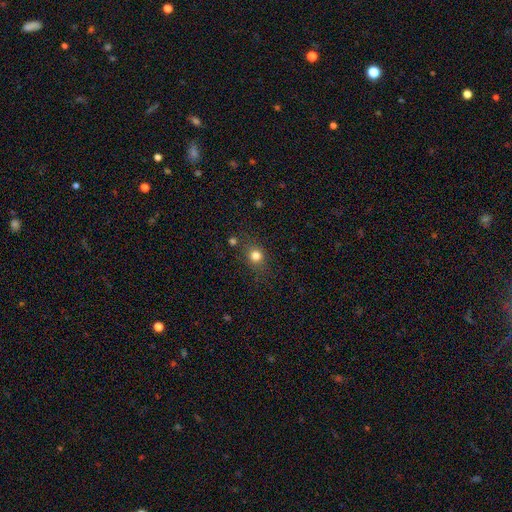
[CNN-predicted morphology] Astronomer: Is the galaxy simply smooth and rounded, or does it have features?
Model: smooth — 79%.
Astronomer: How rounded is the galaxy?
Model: round — 80%.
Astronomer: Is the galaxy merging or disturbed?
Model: none — 79%.